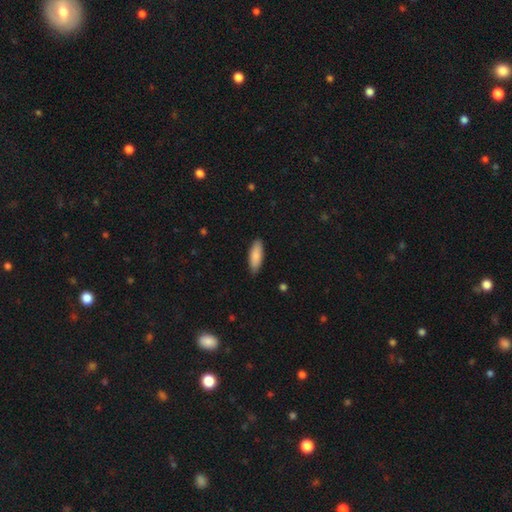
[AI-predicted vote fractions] Q: Smooth or featured?
A: smooth (86%); runner-up: featured or disk (9%)
Q: How rounded?
A: in between (66%); runner-up: cigar-shaped (32%)
Q: Merging?
A: none (86%); runner-up: minor disturbance (11%)